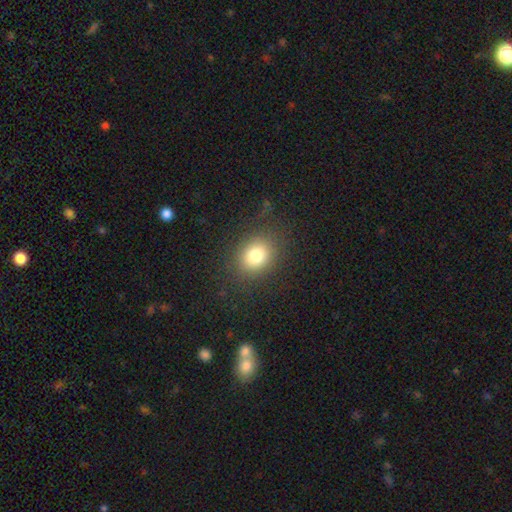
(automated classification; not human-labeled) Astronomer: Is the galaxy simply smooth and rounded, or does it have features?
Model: smooth — 79%.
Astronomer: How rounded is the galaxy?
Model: round — 62%.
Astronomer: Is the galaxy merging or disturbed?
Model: none — 84%.